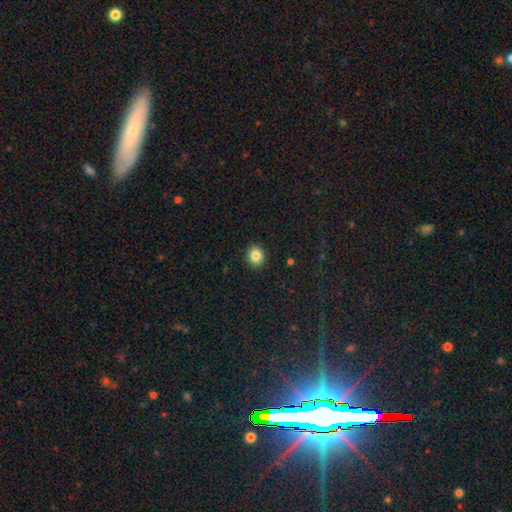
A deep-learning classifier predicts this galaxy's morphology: Overall: smooth (85%). How rounded: round (72%). Merging: none (91%).